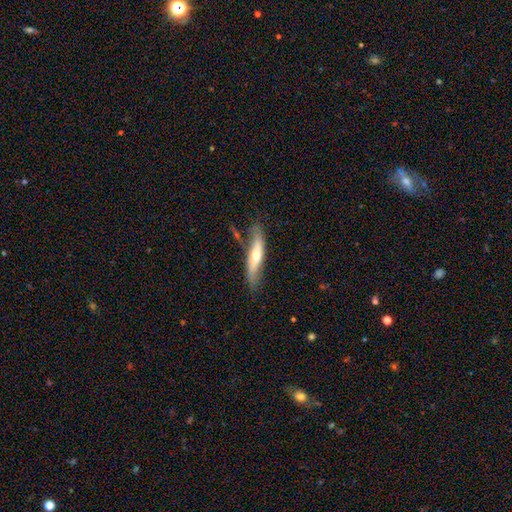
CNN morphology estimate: The model was most divided on "smooth or featured": featured or disk: 51%, smooth: 43%, star or artifact: 6%. More confident: edge-on disk — yes (65%); merging — none (64%).